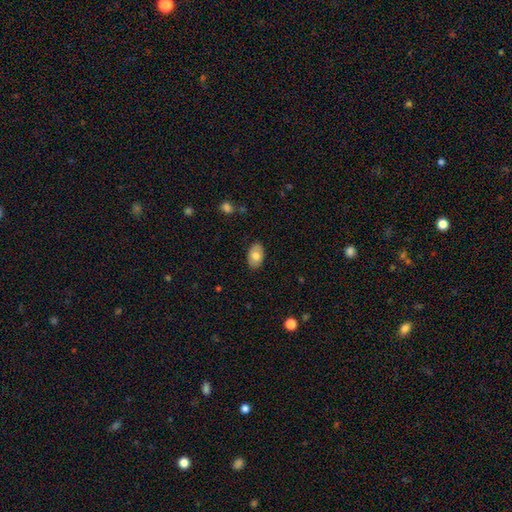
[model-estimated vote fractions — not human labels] This appears to be a smooth galaxy with no disk features (74%) that is in between round and cigar-shaped (90%). Merging: none (85%).